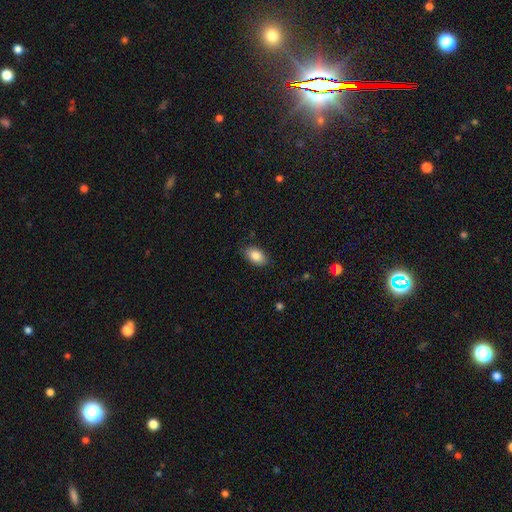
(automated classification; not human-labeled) Q: Smooth or featured?
A: smooth (86%); runner-up: star or artifact (7%)
Q: How rounded?
A: in between (91%); runner-up: round (7%)
Q: Merging?
A: none (85%); runner-up: minor disturbance (11%)